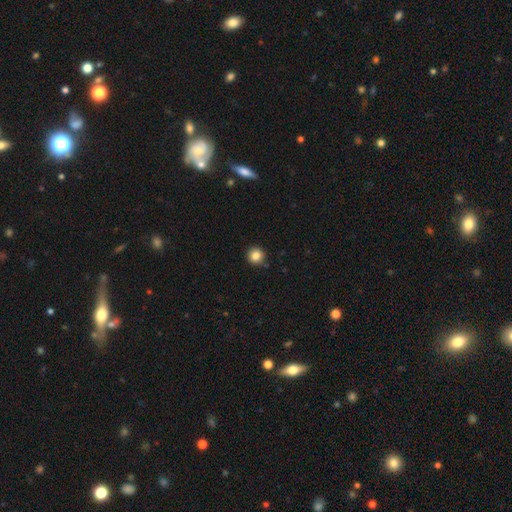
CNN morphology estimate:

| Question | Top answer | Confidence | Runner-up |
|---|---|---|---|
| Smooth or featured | smooth | 84% | star or artifact (11%) |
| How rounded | round | 95% | in between (4%) |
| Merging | none | 90% | minor disturbance (7%) |